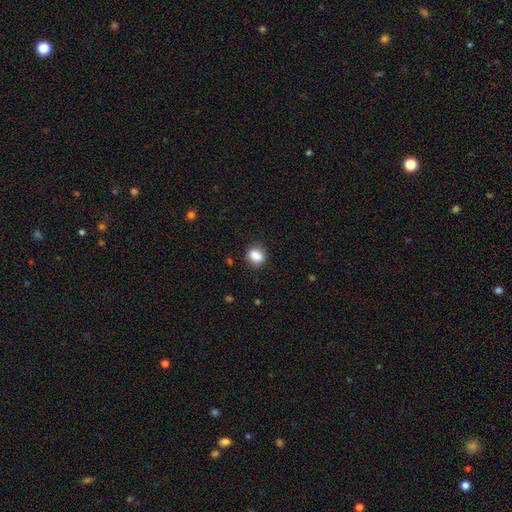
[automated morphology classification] type=smooth (87%); roundness=round (57%); merging=none (86%).